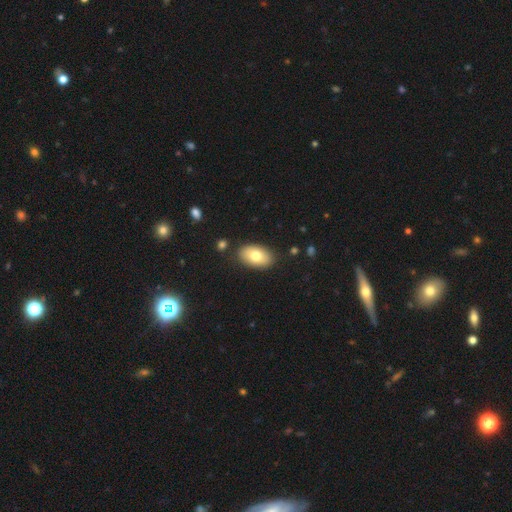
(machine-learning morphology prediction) A smooth galaxy with no disk features (76%) that is in between round and cigar-shaped (93%).

Vote fractions:
- Smooth or featured? smooth: 76% / featured or disk: 17% / star or artifact: 7%
- How rounded? in between: 93% / round: 6% / cigar-shaped: 1%
- Merging? none: 85% / minor disturbance: 10% / merger: 2% / major disturbance: 2%